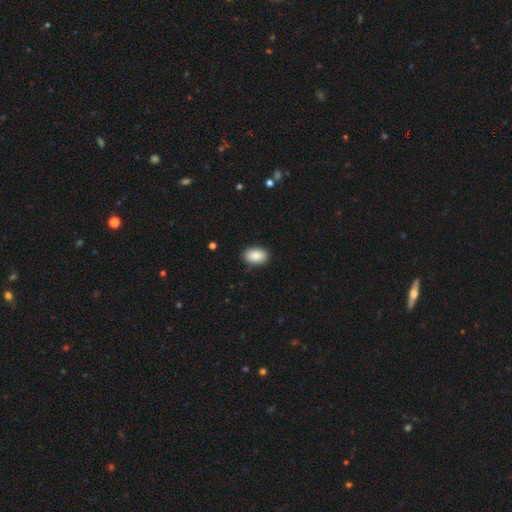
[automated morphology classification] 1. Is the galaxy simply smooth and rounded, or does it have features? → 86% smooth, 7% star or artifact, 7% featured or disk.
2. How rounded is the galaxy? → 88% in between, 11% round, 1% cigar-shaped.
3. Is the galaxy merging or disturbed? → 88% none, 9% minor disturbance, 2% major disturbance, 1% merger.